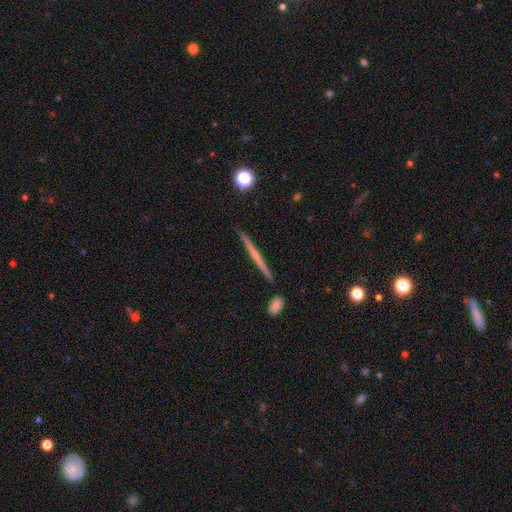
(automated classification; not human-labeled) This appears to be a featured or disk galaxy (64%) viewed edge-on (98%) with no central bulge (53%). Merging: none (90%).